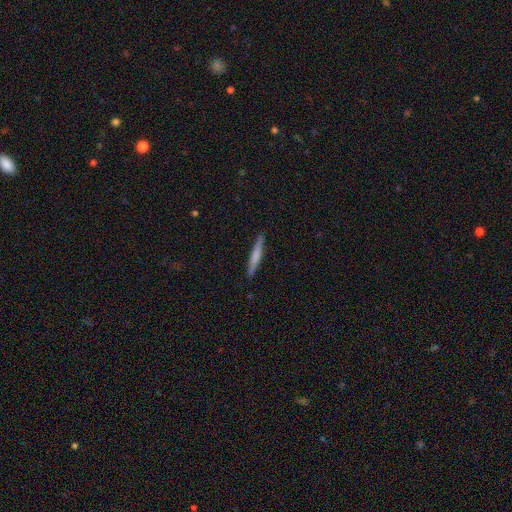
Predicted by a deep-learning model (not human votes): The model was most divided on "smooth or featured": smooth: 60%, featured or disk: 35%, star or artifact: 5%. More confident: how rounded — cigar-shaped (95%); merging — none (91%).